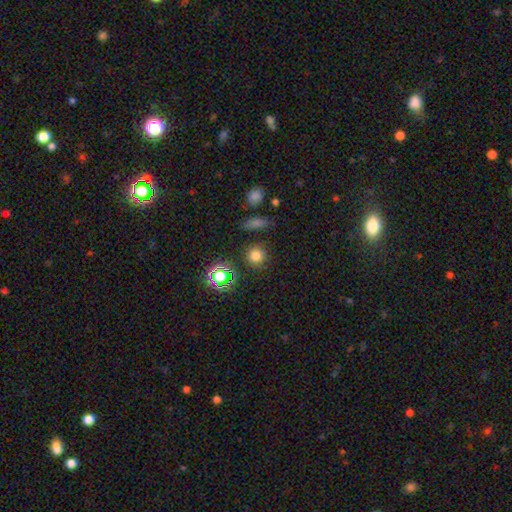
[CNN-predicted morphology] smooth-or-featured: smooth: 75% | star or artifact: 19% | featured or disk: 6%
  how-rounded: round: 93% | in between: 6% | cigar-shaped: 1%
  merging: none: 86% | minor disturbance: 8% | merger: 3% | major disturbance: 3%